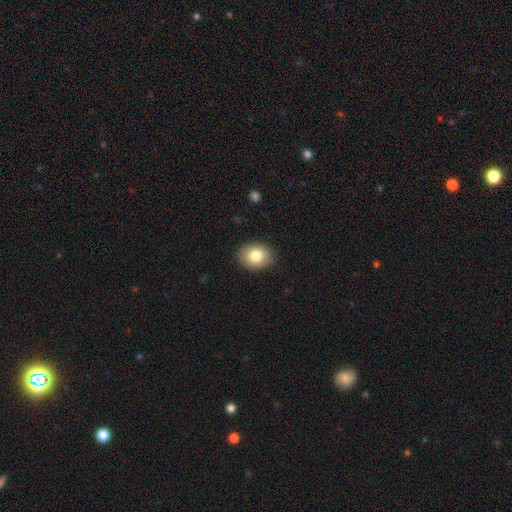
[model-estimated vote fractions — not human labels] Smooth or featured? smooth (82%)
How rounded? in between (71%)
Merging? none (88%)